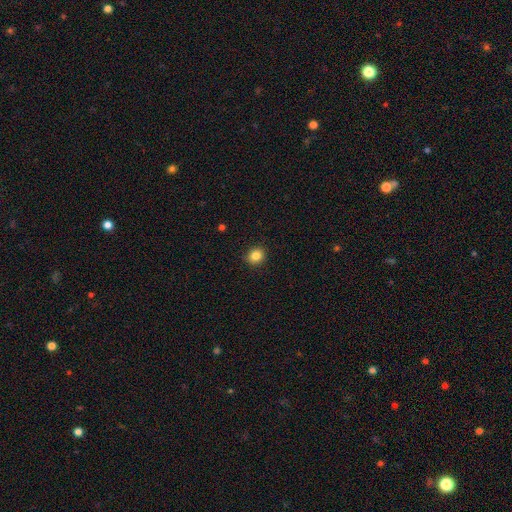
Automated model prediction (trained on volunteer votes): Q: Smooth or featured?
A: smooth (84%); runner-up: star or artifact (11%)
Q: How rounded?
A: round (77%); runner-up: in between (22%)
Q: Merging?
A: none (90%); runner-up: minor disturbance (7%)